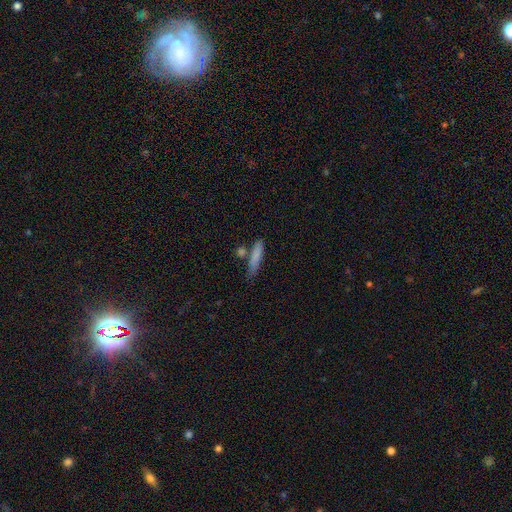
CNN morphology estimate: smooth 80%, featured or disk 13%, star or artifact 7%. Down the decision tree: how rounded — cigar-shaped (81%); merging — none (65%).